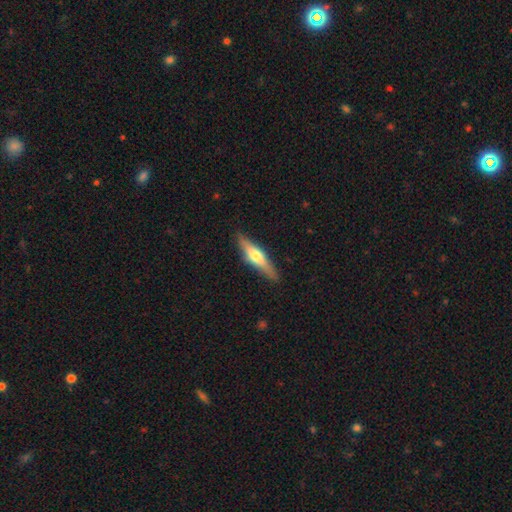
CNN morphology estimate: type=featured or disk (51%); edge-on=yes (93%); merging=none (86%).